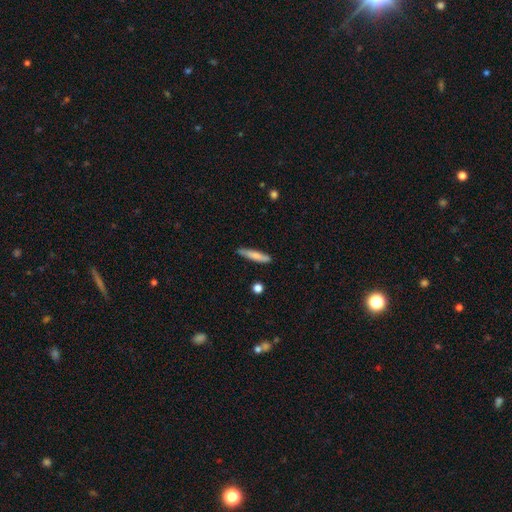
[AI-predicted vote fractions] The model was most divided on "smooth or featured": smooth: 76%, featured or disk: 18%, star or artifact: 6%. More confident: how rounded — cigar-shaped (89%); merging — none (82%).